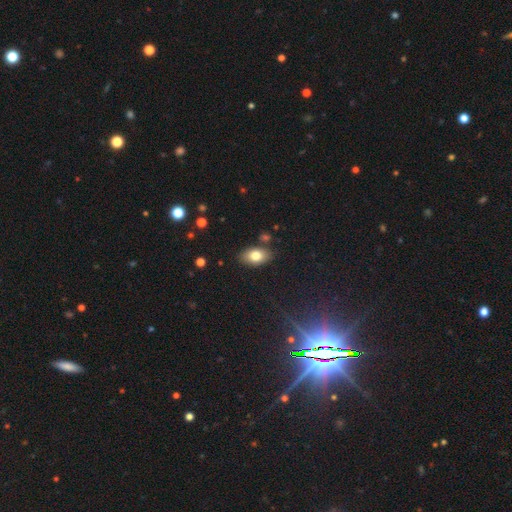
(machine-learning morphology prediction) type=smooth (79%); roundness=in between (90%); merging=none (83%).